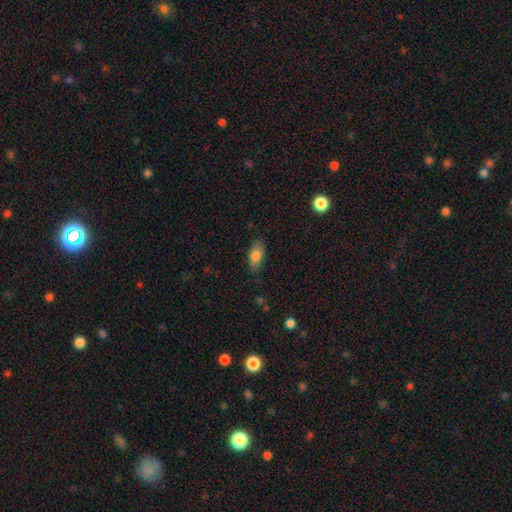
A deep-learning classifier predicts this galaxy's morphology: smooth-or-featured: smooth: 81% | featured or disk: 12% | star or artifact: 7%
  how-rounded: in between: 88% | cigar-shaped: 9% | round: 3%
  merging: none: 78% | minor disturbance: 17% | major disturbance: 4% | merger: 1%